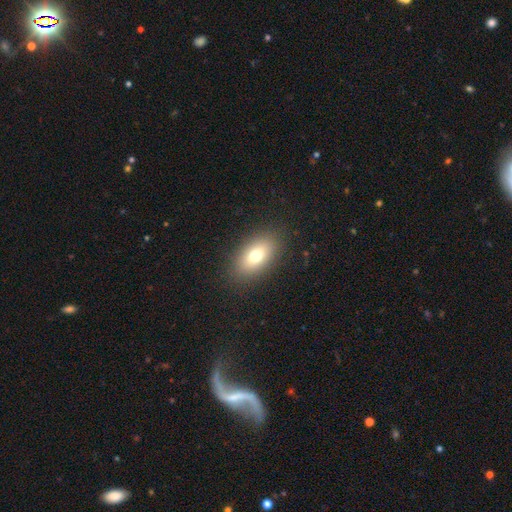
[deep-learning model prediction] Overall: smooth (73%). How rounded: in between (88%). Merging: none (87%).